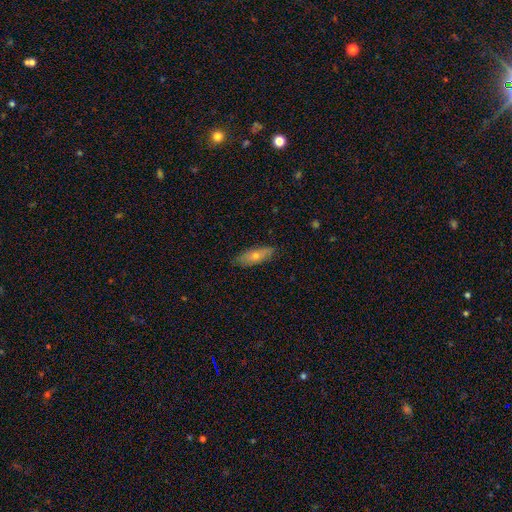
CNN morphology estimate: Smooth or featured? Predicted: smooth (p=0.53). How rounded? Predicted: in between (p=0.55). Merging? Predicted: none (p=0.84).